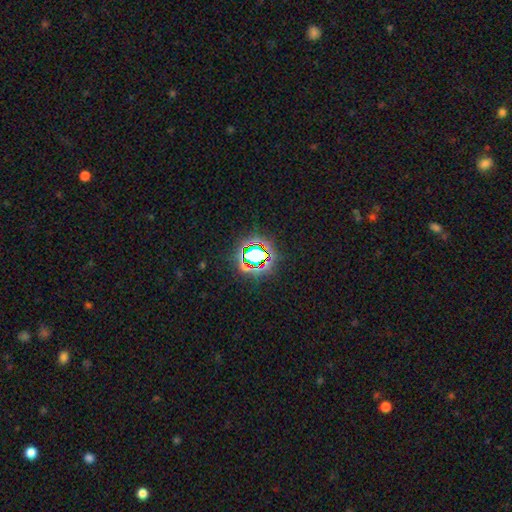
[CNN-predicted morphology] The model was most divided on "smooth or featured": star or artifact: 69%, smooth: 19%, featured or disk: 12%.